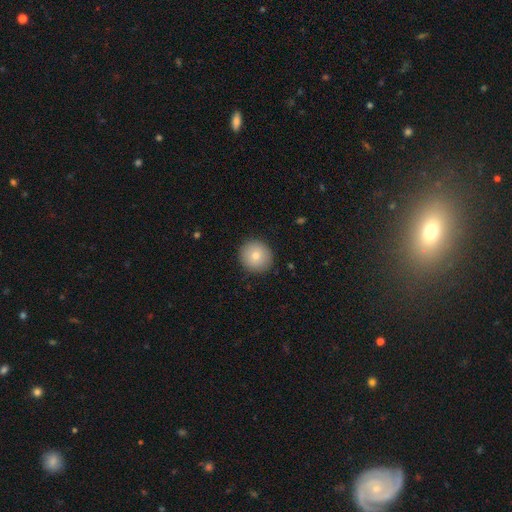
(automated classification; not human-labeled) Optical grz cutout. It shows a smooth galaxy with no disk features (79%) that is round (93%). Merging: none (91%).